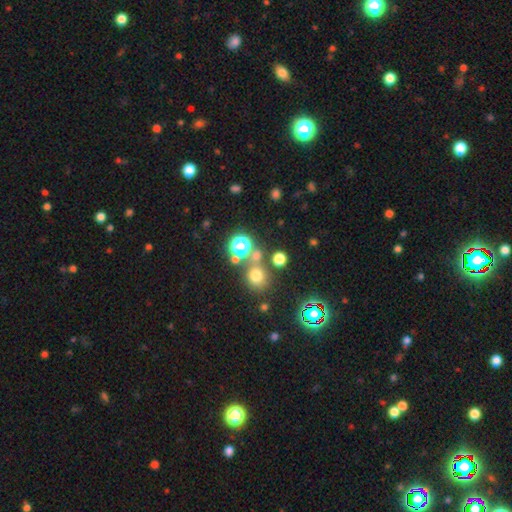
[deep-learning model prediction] smooth 61%, star or artifact 30%, featured or disk 9%. Down the decision tree: how rounded — round (86%); merging — none (68%).